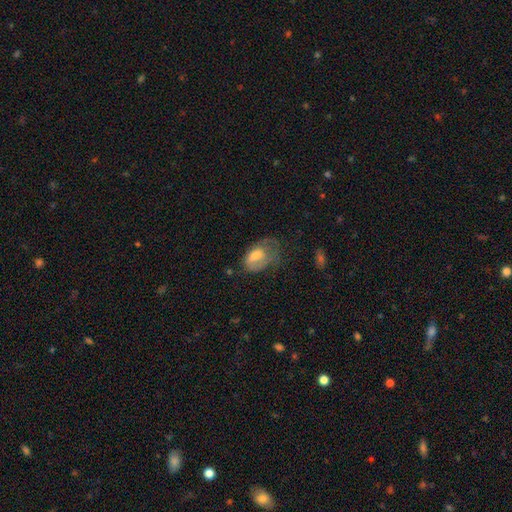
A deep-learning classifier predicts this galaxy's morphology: A smooth galaxy with no disk features (58%) that is in between round and cigar-shaped (84%).

Vote fractions:
- Smooth or featured? smooth: 58% / featured or disk: 33% / star or artifact: 9%
- How rounded? in between: 84% / round: 14% / cigar-shaped: 2%
- Merging? major disturbance: 38% / none: 30% / minor disturbance: 30% / merger: 2%